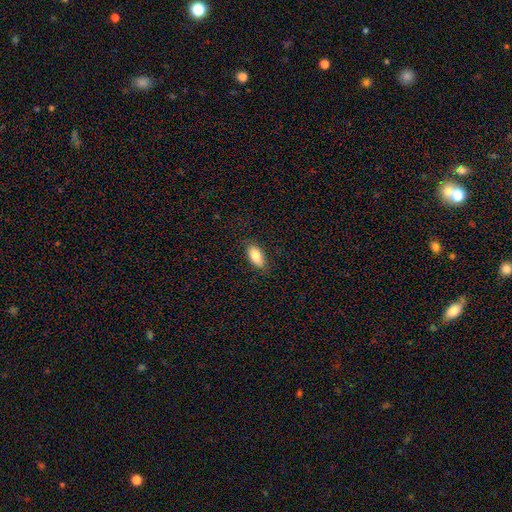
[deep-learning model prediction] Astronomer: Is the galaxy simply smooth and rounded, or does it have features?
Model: smooth — 83%.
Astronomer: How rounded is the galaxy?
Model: in between — 89%.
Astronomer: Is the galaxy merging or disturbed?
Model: none — 84%.